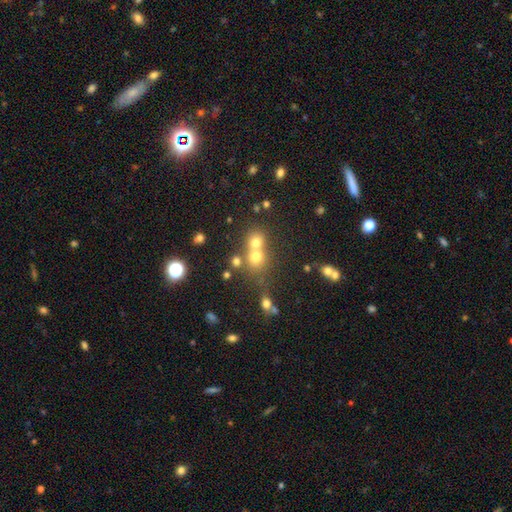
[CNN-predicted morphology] Overall: smooth (58%; star or artifact 27%). How rounded: round (81%). Merging: merger (47%; none 43%).